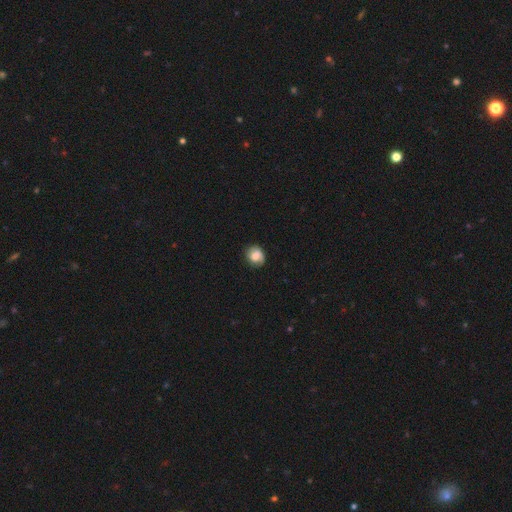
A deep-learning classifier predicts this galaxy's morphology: A smooth galaxy with no disk features (68%) that is round (64%). Merging: none (73%).